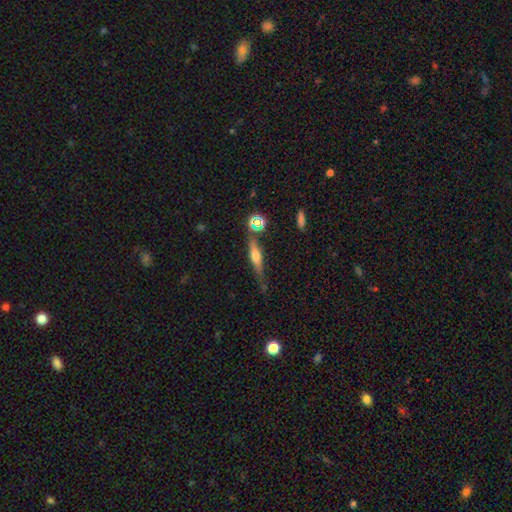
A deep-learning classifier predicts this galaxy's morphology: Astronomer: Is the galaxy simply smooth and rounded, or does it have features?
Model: featured or disk — 56% (runner-up: smooth, 33%).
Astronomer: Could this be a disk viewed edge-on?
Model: yes — 92%.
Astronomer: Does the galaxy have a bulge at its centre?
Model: rounded — 86%.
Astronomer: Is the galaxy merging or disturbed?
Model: none — 70%.